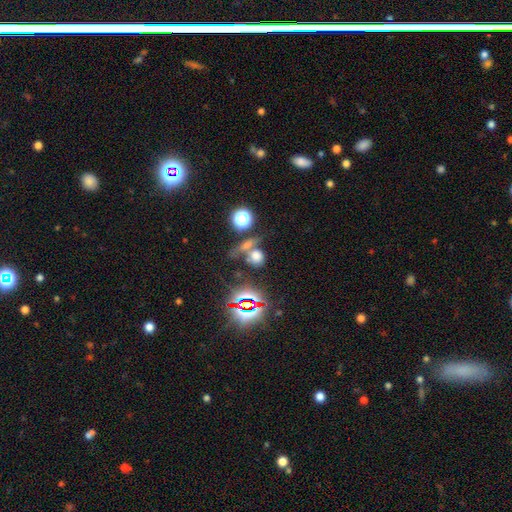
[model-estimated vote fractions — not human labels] Q: Smooth or featured?
A: smooth (58%); runner-up: star or artifact (31%)
Q: How rounded?
A: round (61%); runner-up: in between (35%)
Q: Merging?
A: none (43%); runner-up: merger (38%)